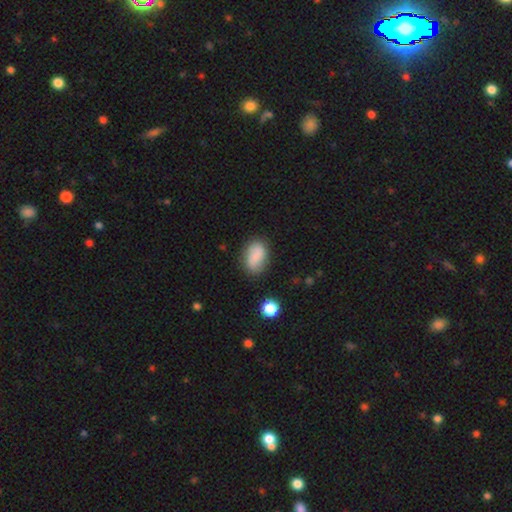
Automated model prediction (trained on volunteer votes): Morphology: type=smooth (75%); roundness=in between (86%); merging=none (74%).